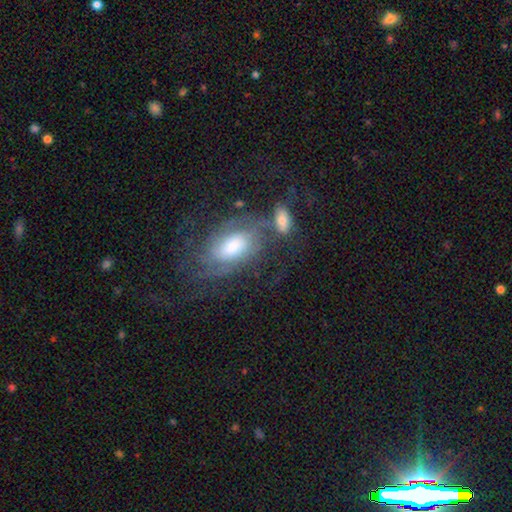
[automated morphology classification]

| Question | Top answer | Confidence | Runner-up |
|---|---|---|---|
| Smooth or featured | featured or disk | 46% | smooth (36%) |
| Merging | none | 50% | merger (20%) |